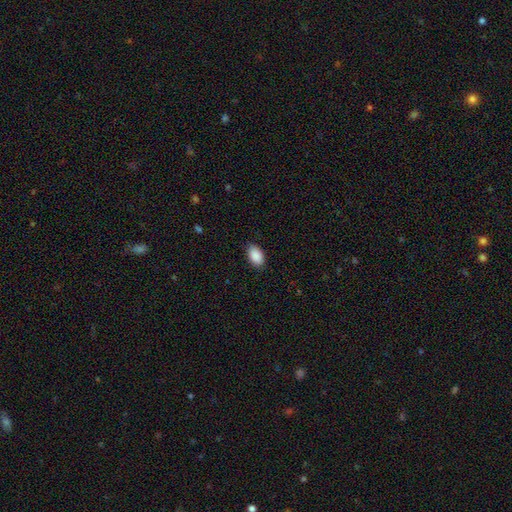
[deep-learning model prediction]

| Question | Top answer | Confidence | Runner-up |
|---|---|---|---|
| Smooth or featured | smooth | 90% | star or artifact (7%) |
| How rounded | in between | 93% | round (6%) |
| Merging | none | 85% | minor disturbance (11%) |